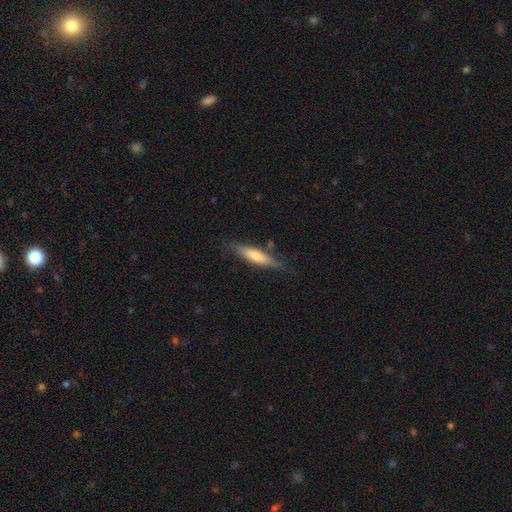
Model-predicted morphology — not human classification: Smooth or featured?
  - smooth: 47% * (tied)
  - featured or disk: 47% * (tied)
  - star or artifact: 6%
Merging?
  - none: 81% *
  - minor disturbance: 14%
  - major disturbance: 3%
  - merger: 2%